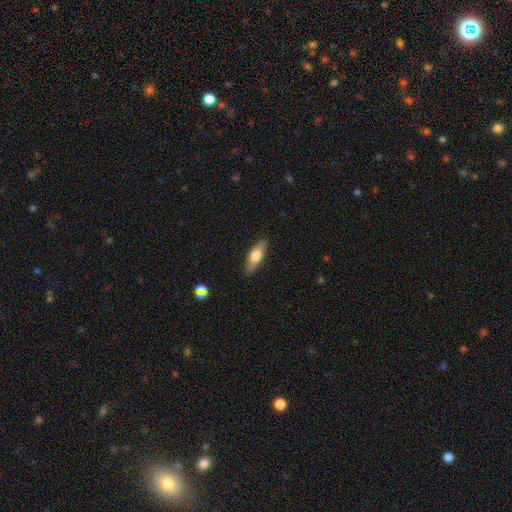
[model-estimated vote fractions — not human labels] This appears to be a smooth galaxy with no disk features (63%) that is in between round and cigar-shaped (54%). Merging: none (87%).